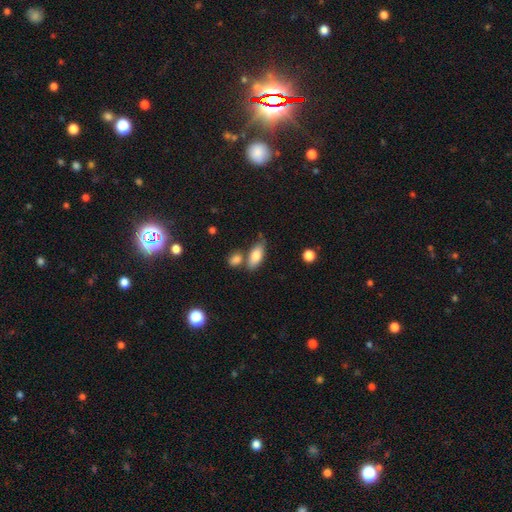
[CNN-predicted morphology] smooth 78%, featured or disk 15%, star or artifact 7%. Down the decision tree: how rounded — in between (82%); merging — none (59%).